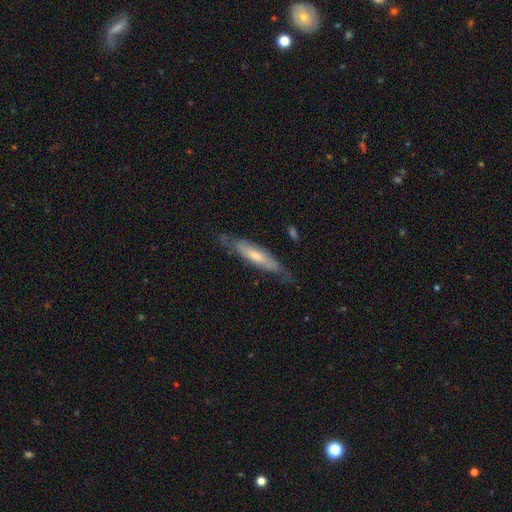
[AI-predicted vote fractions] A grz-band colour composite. It shows a featured or disk galaxy (54%) viewed edge-on (54%). Merging: none (69%).